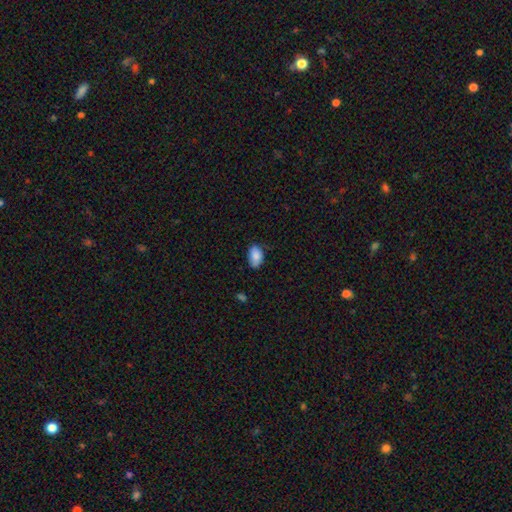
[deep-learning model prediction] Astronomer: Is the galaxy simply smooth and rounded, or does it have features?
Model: smooth — 86%.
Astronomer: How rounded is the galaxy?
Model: in between — 91%.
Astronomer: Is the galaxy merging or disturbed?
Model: none — 72%.